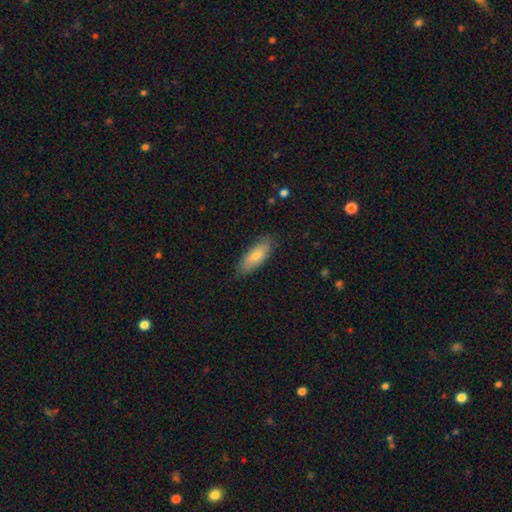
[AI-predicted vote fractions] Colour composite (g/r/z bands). It shows a smooth galaxy with no disk features (69%) that is in between round and cigar-shaped (72%). Merging: none (81%).